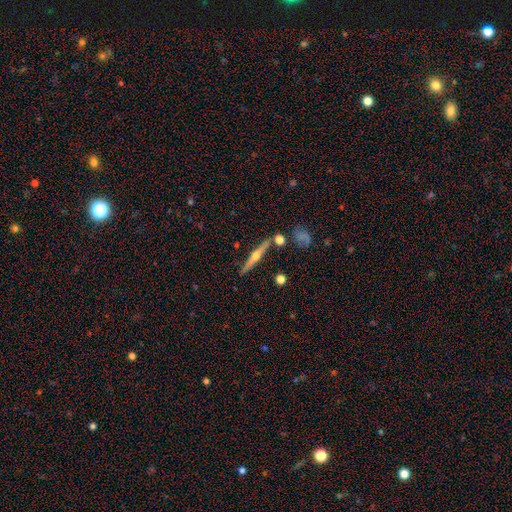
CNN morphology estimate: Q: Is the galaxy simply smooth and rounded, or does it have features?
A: featured or disk — 72%.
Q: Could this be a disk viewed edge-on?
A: yes — 98%.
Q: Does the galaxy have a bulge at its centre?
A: rounded — 93%.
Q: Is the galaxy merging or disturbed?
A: none — 84%.